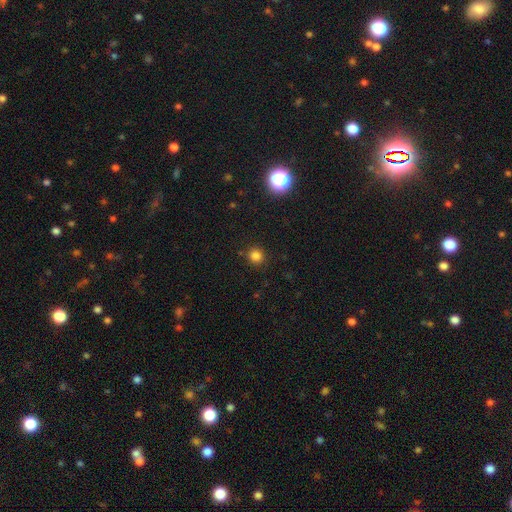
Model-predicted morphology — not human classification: This appears to be a smooth galaxy with no disk features (80%) that is round (92%). Merging: none (89%).